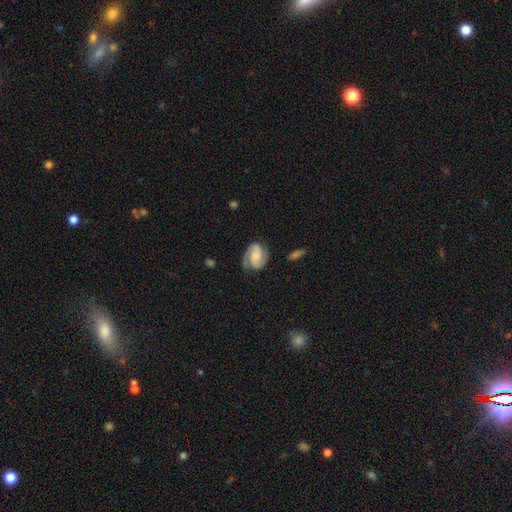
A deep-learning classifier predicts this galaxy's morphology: smooth_or_featured: featured or disk (p=0.74) [alt: smooth p=0.19]
disk_edge_on: no (p=0.98) [alt: yes p=0.02]
bar: no (p=0.55) [alt: weak p=0.35]
has_spiral_arms: yes (p=0.96) [alt: no p=0.04]
spiral_winding: medium (p=0.45) [alt: tight p=0.39]
spiral_arm_count: 2 (p=0.84) [alt: can't tell p=0.06]
bulge_size: small (p=0.35) [alt: moderate p=0.31]
merging: none (p=0.71) [alt: minor disturbance p=0.19]